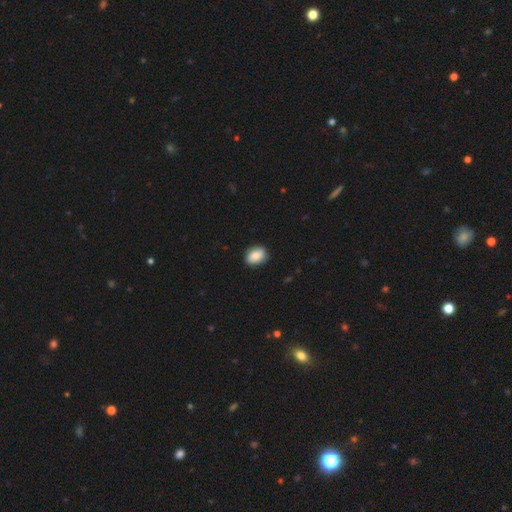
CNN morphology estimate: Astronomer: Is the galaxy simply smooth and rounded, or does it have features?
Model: smooth — 85%.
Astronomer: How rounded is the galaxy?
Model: in between — 73%.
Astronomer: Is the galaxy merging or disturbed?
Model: none — 87%.